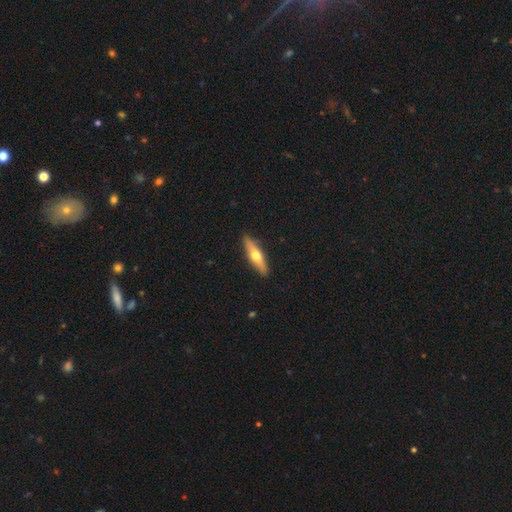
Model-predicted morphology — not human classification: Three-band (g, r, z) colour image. It shows a featured or disk galaxy (52%) viewed edge-on (91%). Merging: none (90%).